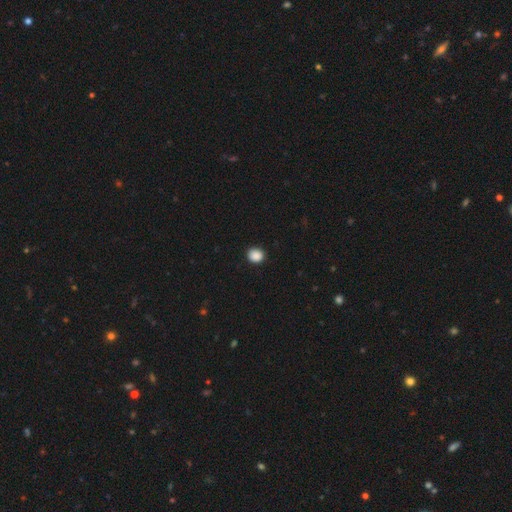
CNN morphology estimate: smooth_or_featured: smooth (p=0.89) [alt: star or artifact p=0.09]
how_rounded: round (p=0.74) [alt: in between p=0.25]
merging: none (p=0.90) [alt: minor disturbance p=0.07]